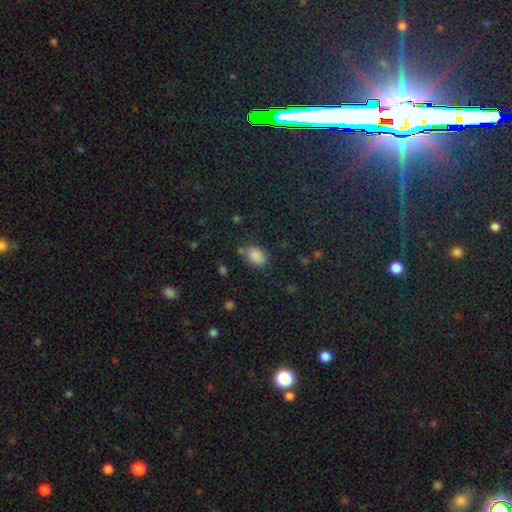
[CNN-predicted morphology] This appears to be a smooth galaxy with no disk features (84%) that is in between round and cigar-shaped (75%). Merging: none (70%).